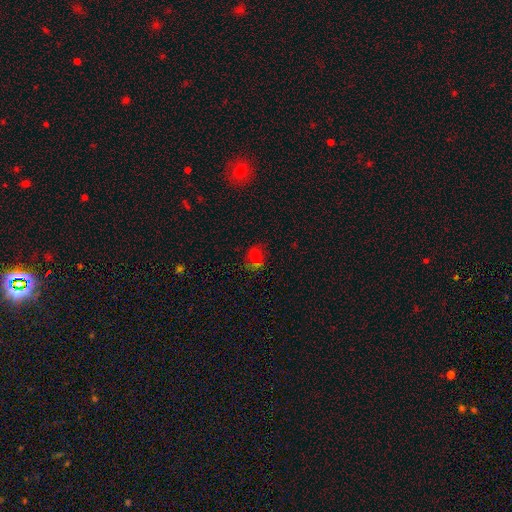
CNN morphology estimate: This is possibly a smooth galaxy (55%). How rounded: possibly round (51%). Merging: possibly none (51%).